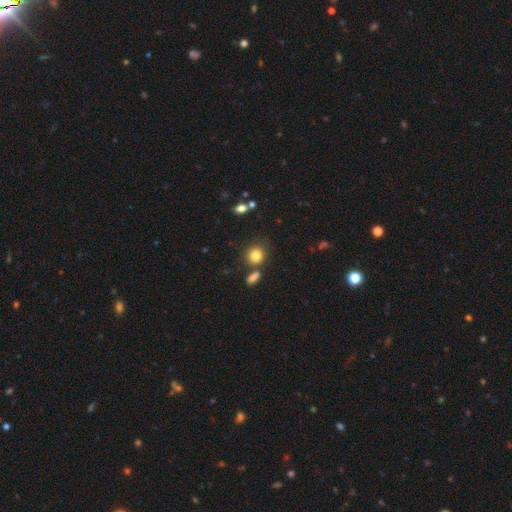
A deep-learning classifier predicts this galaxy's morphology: smooth_or_featured: smooth (p=0.82) [alt: star or artifact p=0.11]
how_rounded: round (p=0.84) [alt: in between p=0.15]
merging: none (p=0.73) [alt: merger p=0.12]